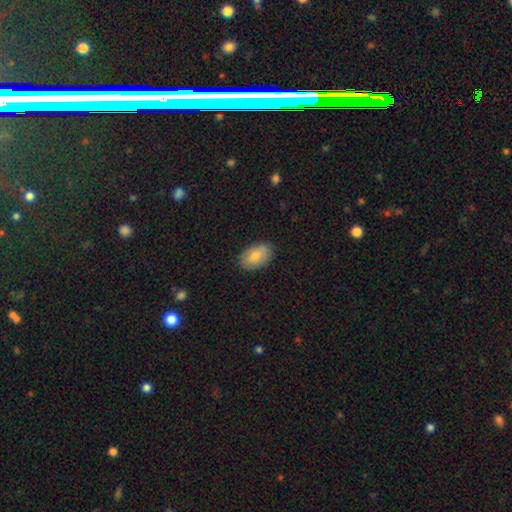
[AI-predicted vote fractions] Smooth or featured: smooth — 79% (featured or disk — 14%)
How rounded: in between — 90% (round — 8%)
Merging: none — 84% (minor disturbance — 12%)